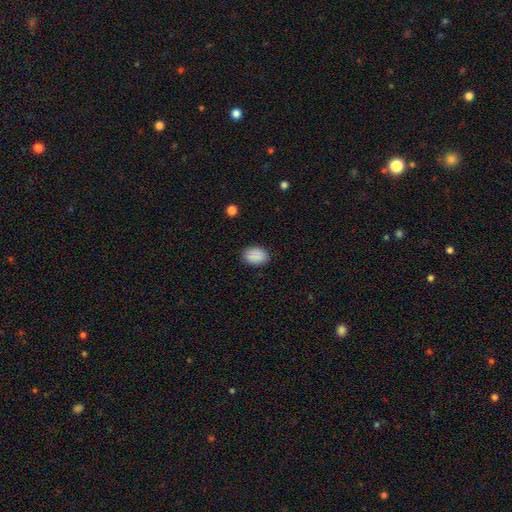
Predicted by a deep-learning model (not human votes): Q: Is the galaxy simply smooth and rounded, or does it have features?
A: smooth — 90%.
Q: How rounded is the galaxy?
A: in between — 78%.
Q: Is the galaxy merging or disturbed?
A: none — 88%.